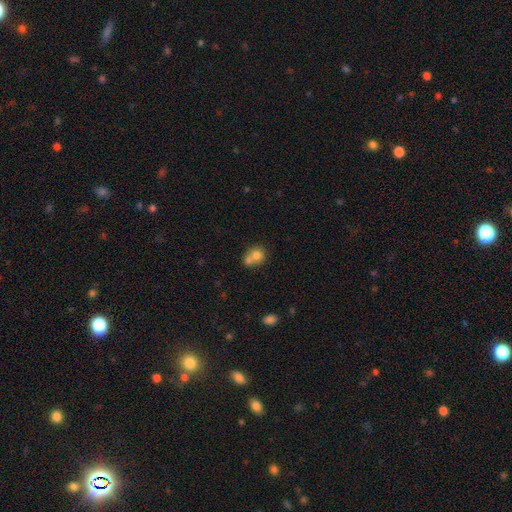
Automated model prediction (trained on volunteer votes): Morphology: type=smooth (74%); roundness=round (71%); merging=merger (54%).